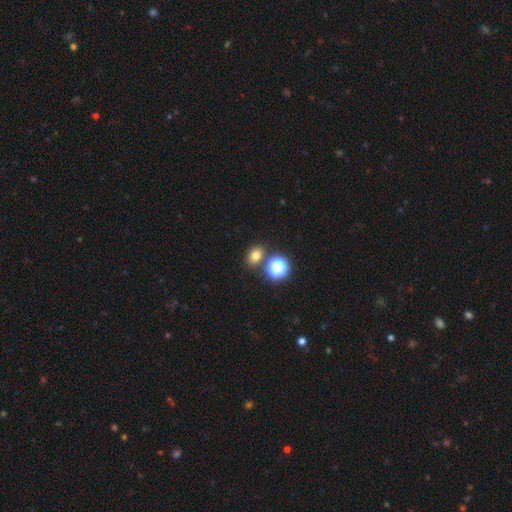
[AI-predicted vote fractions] smooth 73%, star or artifact 19%, featured or disk 8%. Down the decision tree: how rounded — in between (50%); merging — none (76%).